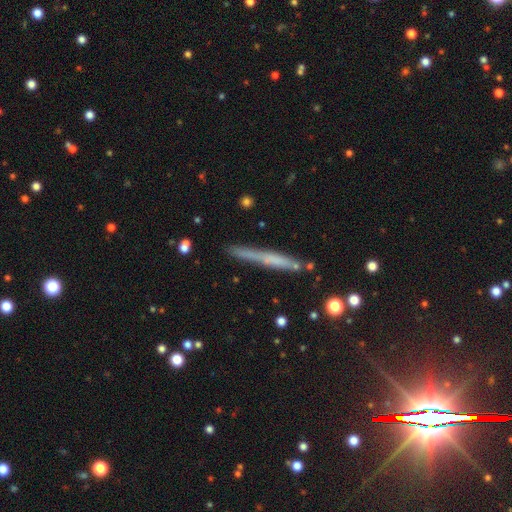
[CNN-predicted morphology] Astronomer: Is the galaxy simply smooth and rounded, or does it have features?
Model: featured or disk — 52% (runner-up: smooth, 31%).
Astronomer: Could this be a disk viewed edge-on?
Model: yes — 91%.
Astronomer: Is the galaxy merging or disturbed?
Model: none — 82%.